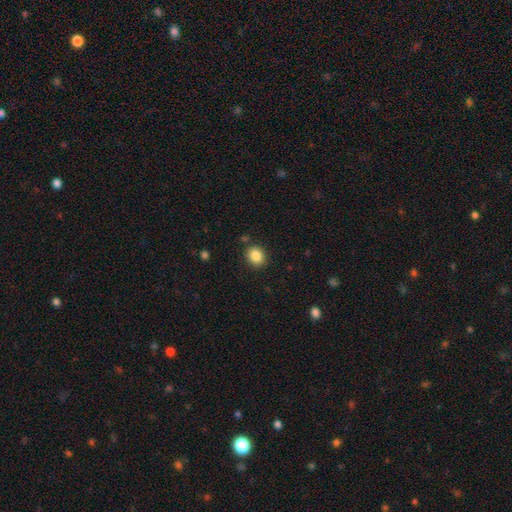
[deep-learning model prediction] Smooth or featured: smooth — 86% (star or artifact — 9%)
How rounded: round — 68% (in between — 32%)
Merging: none — 86% (minor disturbance — 9%)